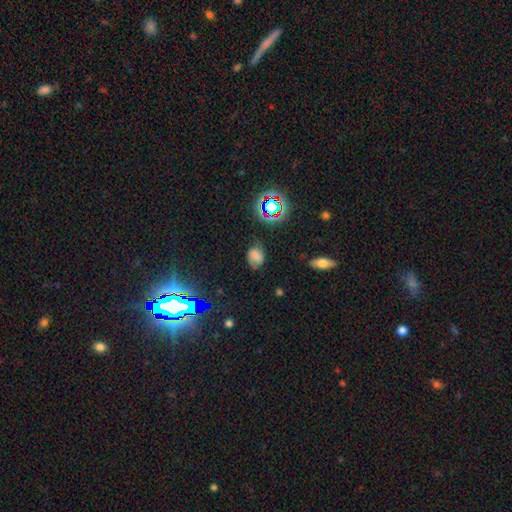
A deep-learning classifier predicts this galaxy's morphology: A smooth galaxy with no disk features (54%) that is in between round and cigar-shaped (73%).

Vote fractions:
- Smooth or featured? smooth: 54% / featured or disk: 26% / star or artifact: 20%
- How rounded? in between: 73% / round: 25% / cigar-shaped: 2%
- Merging? none: 60% / minor disturbance: 27% / major disturbance: 11% / merger: 3%